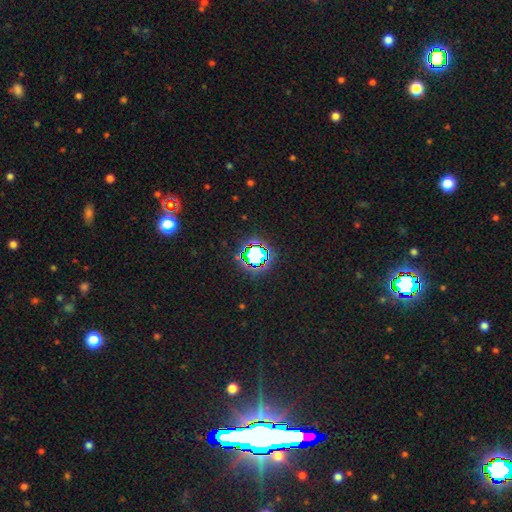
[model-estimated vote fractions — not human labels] The model was most divided on "smooth or featured": star or artifact: 67%, smooth: 21%, featured or disk: 12%.